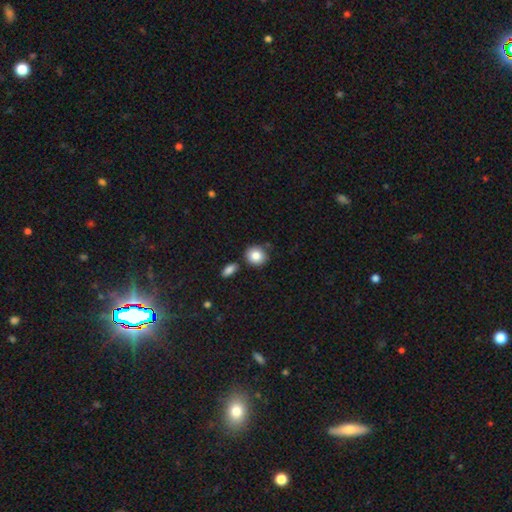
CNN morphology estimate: Smooth or featured: smooth — 84% (star or artifact — 8%)
How rounded: round — 81% (in between — 18%)
Merging: none — 77% (minor disturbance — 11%)